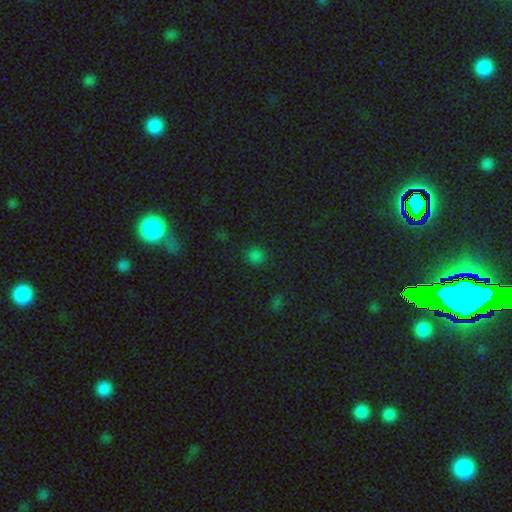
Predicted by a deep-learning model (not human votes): Morphology: type=smooth (75%); roundness=round (86%); merging=none (87%).